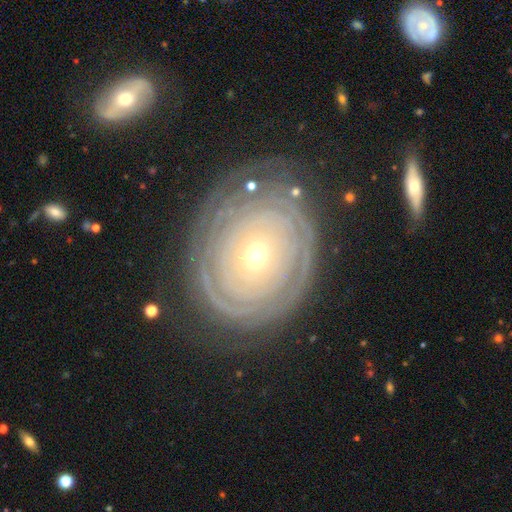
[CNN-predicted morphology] This appears to be a featured or disk galaxy (83%) with no bar (84%), tight (90%) spiral arms (91%) and a small central bulge (68%). Merging: none (76%).